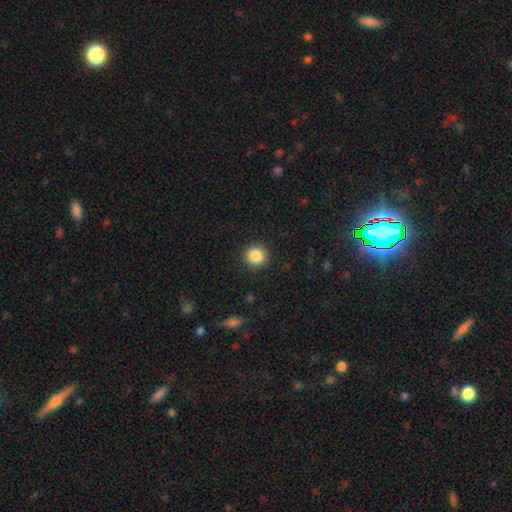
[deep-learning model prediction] smooth 86%, star or artifact 10%, featured or disk 4%. Down the decision tree: how rounded — round (94%); merging — none (91%).